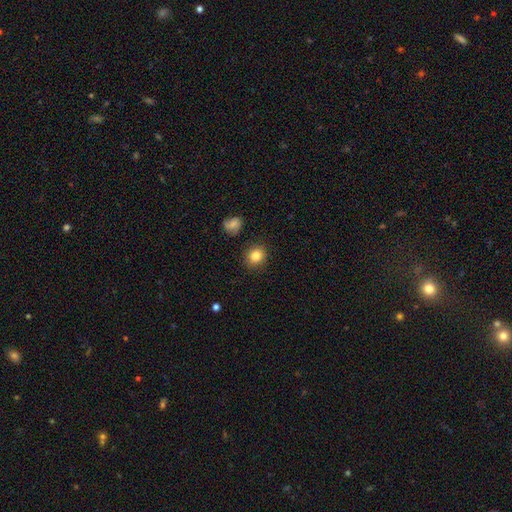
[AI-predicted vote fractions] A smooth galaxy with no disk features (84%) that is round (76%).

Vote fractions:
- Smooth or featured? smooth: 84% / star or artifact: 10% / featured or disk: 6%
- How rounded? round: 76% / in between: 23% / cigar-shaped: 1%
- Merging? none: 88% / minor disturbance: 8% / major disturbance: 2% / merger: 2%